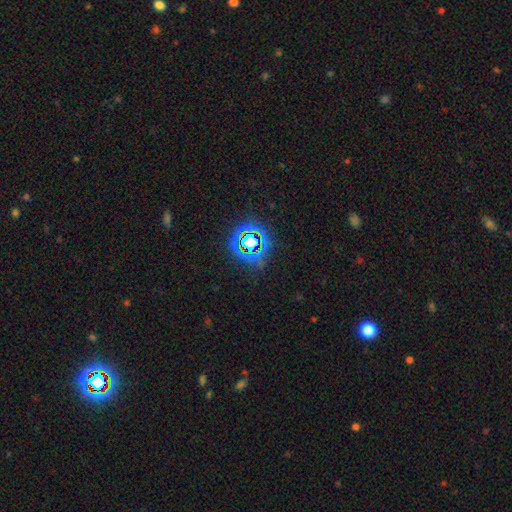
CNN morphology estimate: Smooth or featured?
  - star or artifact: 71% *
  - smooth: 19%
  - featured or disk: 10%